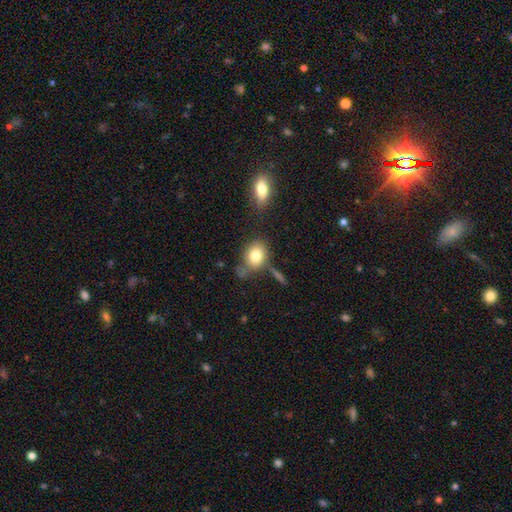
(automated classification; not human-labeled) smooth_or_featured: smooth (p=0.80) [alt: featured or disk p=0.11]
how_rounded: in between (p=0.61) [alt: round p=0.37]
merging: none (p=0.52) [alt: minor disturbance p=0.22]